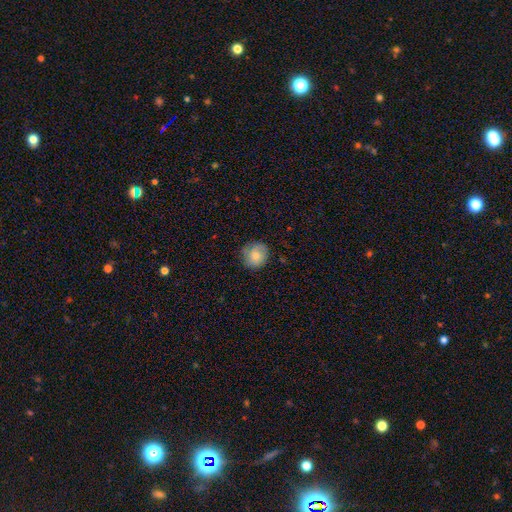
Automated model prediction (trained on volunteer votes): The model was most divided on "smooth or featured": smooth: 72%, featured or disk: 20%, star or artifact: 7%. More confident: how rounded — round (87%); merging — none (76%).